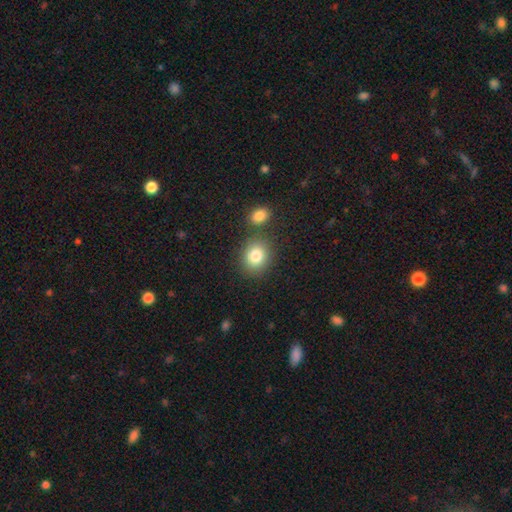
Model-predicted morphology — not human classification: The model was most divided on "how rounded": round: 65%, in between: 34%, cigar-shaped: 1%. More confident: smooth or featured — smooth (82%); merging — none (75%).